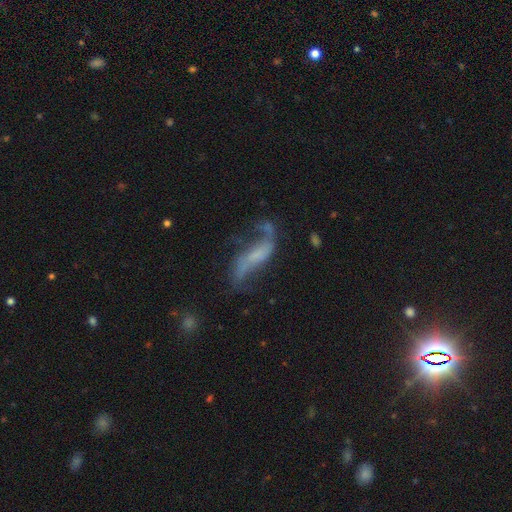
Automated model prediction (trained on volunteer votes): featured or disk 72%, smooth 18%, star or artifact 10%. Down the decision tree: edge-on disk — no (84%); bar — no (42%); spiral arms — yes (83%); bulge size — none (47%); merging — none (46%).